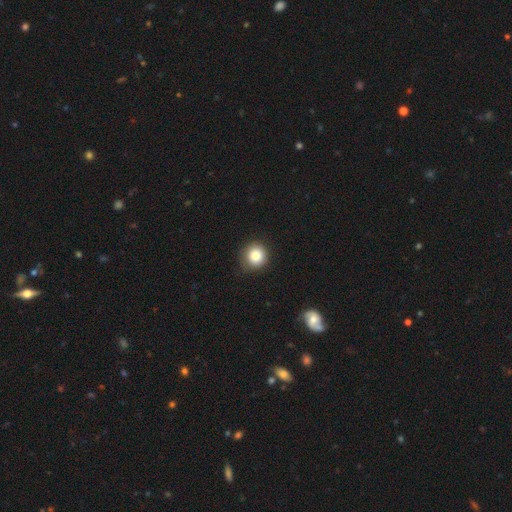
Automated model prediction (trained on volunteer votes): smooth-or-featured: smooth: 84% | star or artifact: 10% | featured or disk: 6%
  how-rounded: round: 92% | in between: 7% | cigar-shaped: 1%
  merging: none: 82% | minor disturbance: 13% | major disturbance: 3% | merger: 1%